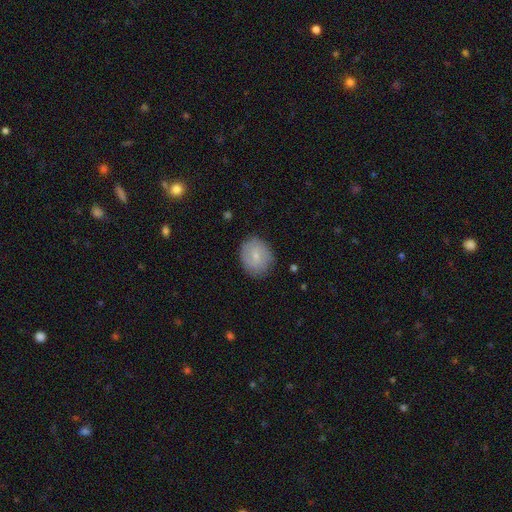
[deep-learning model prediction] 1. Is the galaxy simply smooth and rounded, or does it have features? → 66% smooth, 27% featured or disk, 7% star or artifact.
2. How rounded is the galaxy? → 64% round, 35% in between, 1% cigar-shaped.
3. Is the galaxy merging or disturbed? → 82% none, 14% minor disturbance, 3% major disturbance, 1% merger.